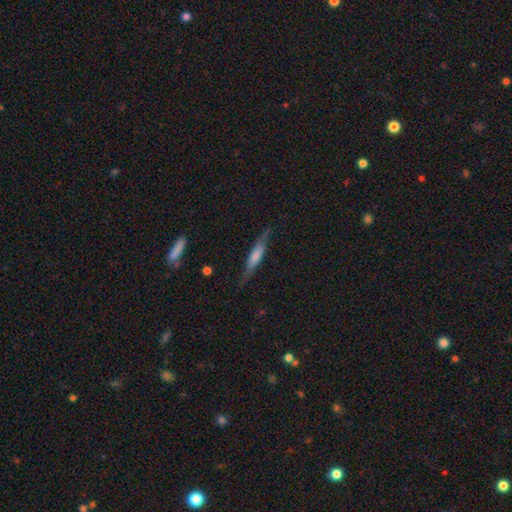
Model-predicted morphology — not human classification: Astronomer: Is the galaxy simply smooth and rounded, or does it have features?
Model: smooth — 49% (runner-up: featured or disk, 44%).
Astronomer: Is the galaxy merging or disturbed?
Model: none — 76%.